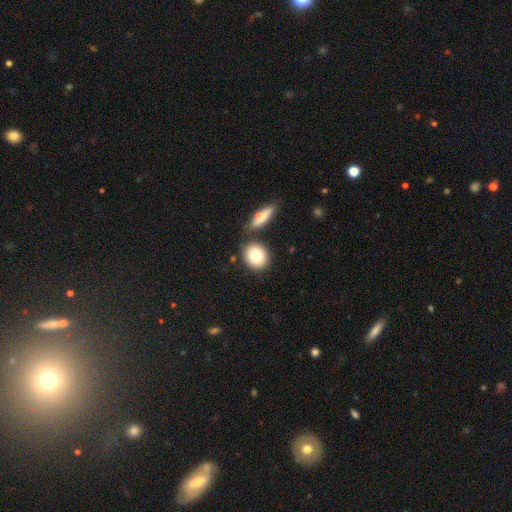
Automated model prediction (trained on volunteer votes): This appears to be a smooth galaxy with no disk features (78%) that is round (69%). Merging: none (75%).